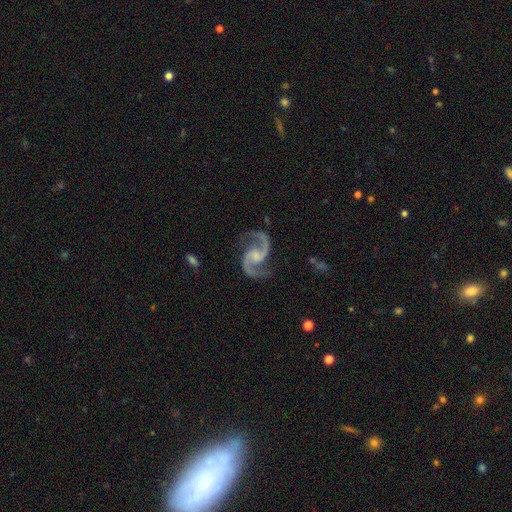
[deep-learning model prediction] Smooth or featured: featured or disk — 94% (star or artifact — 4%)
Edge-on disk: no — 98% (yes — 2%)
Bar: no — 52% (weak — 39%)
Spiral arms: yes — 98% (no — 2%)
Spiral winding: medium — 53% (loose — 40%)
Spiral arm count: 2 — 95% (3 — 1%)
Bulge size: small — 39% (none — 31%)
Merging: none — 79% (minor disturbance — 13%)